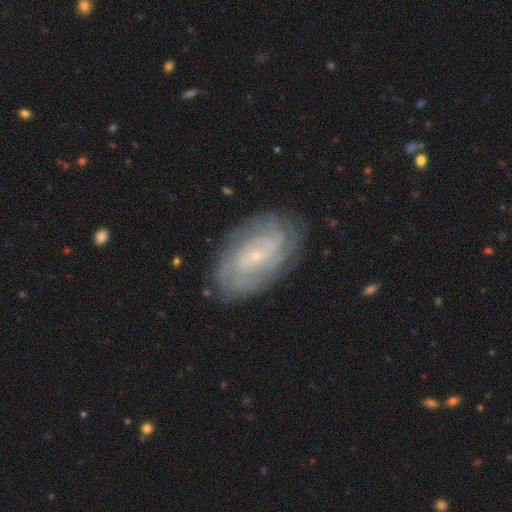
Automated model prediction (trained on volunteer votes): featured or disk 77%, smooth 16%, star or artifact 7%. Down the decision tree: edge-on disk — no (95%); bar — no (60%); spiral arms — yes (91%); spiral arm count — can't tell (47%); spiral winding — tight (70%); bulge size — small (85%); merging — none (81%).